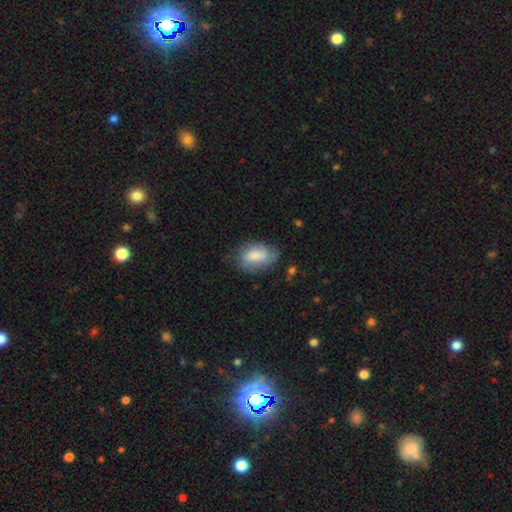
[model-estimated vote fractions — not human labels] A smooth galaxy with no disk features (73%) that is in between round and cigar-shaped (86%). Merging: none (60%).